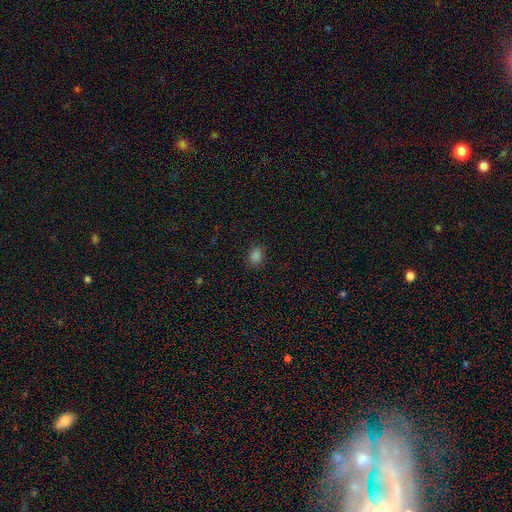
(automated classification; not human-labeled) This is clearly a smooth galaxy (83%). How rounded: likely in between (61%). Merging: clearly none (86%).